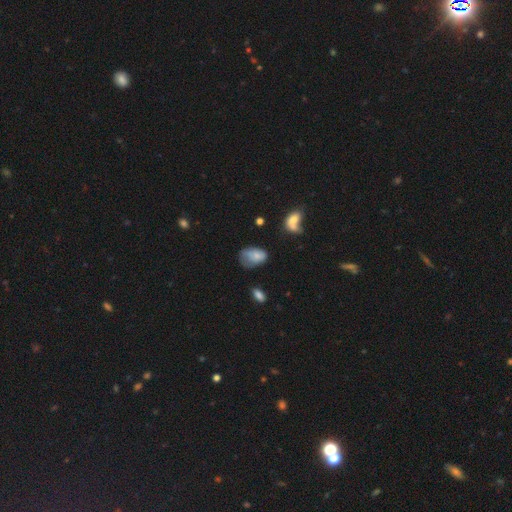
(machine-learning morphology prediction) A smooth galaxy with no disk features (70%) that is in between round and cigar-shaped (85%). Merging: minor disturbance (38%).